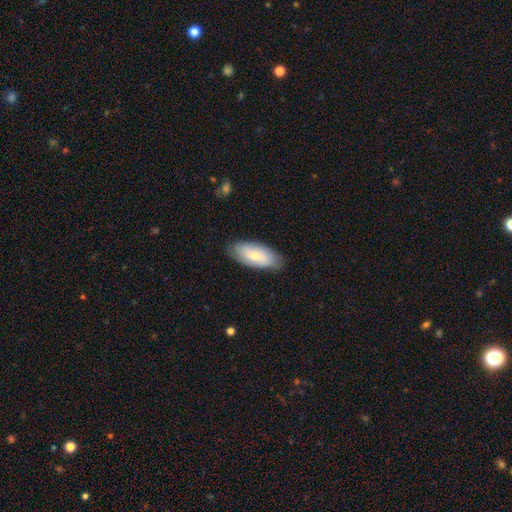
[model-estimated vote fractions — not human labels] Smooth or featured: smooth — 67% (featured or disk — 28%)
How rounded: in between — 89% (cigar-shaped — 9%)
Merging: none — 82% (minor disturbance — 15%)